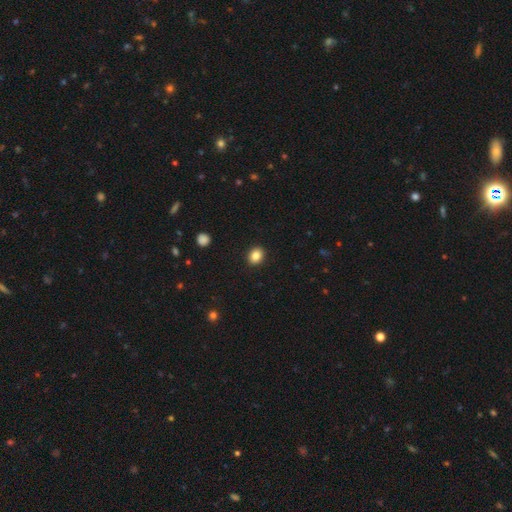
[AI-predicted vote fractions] Morphology: type=smooth (86%); roundness=round (58%); merging=none (91%).